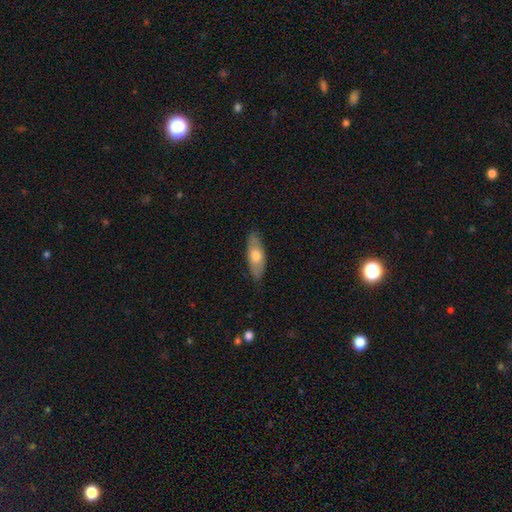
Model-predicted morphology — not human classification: Overall: smooth (59%; featured or disk 35%). How rounded: in between (66%; cigar-shaped 31%). Merging: none (85%).